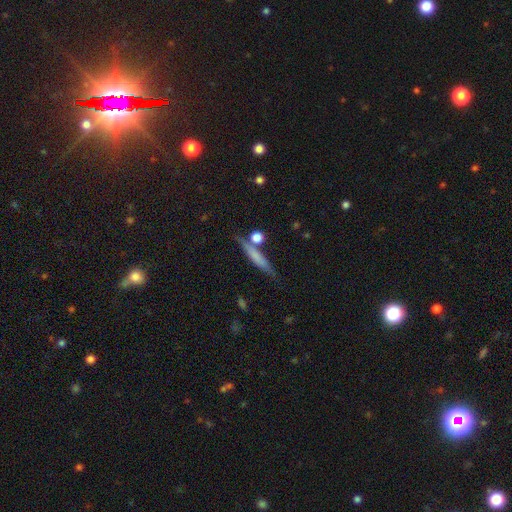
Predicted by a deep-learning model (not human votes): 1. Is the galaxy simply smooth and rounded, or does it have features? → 59% smooth, 33% featured or disk, 8% star or artifact.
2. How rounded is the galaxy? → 86% cigar-shaped, 9% in between, 5% round.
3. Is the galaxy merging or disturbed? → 74% none, 13% minor disturbance, 10% merger, 4% major disturbance.